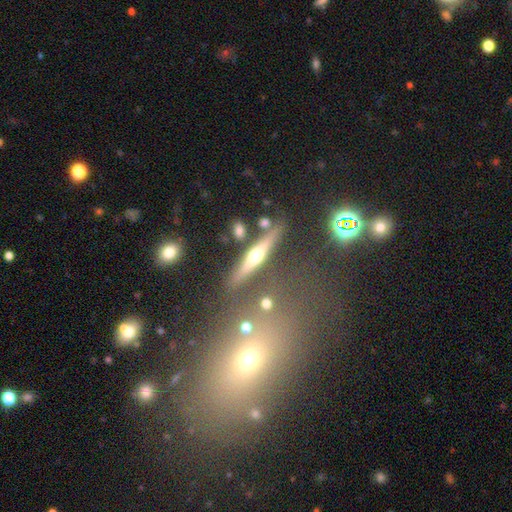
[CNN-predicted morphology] Smooth or featured?
  - featured or disk: 58% *
  - smooth: 31%
  - star or artifact: 11%
Edge-on disk?
  - yes: 89% *
  - no: 11%
Edge-on bulge?
  - rounded: 90% *
  - none: 5%
  - boxy: 4%
Merging?
  - none: 76% *
  - minor disturbance: 12%
  - merger: 8%
  - major disturbance: 4%